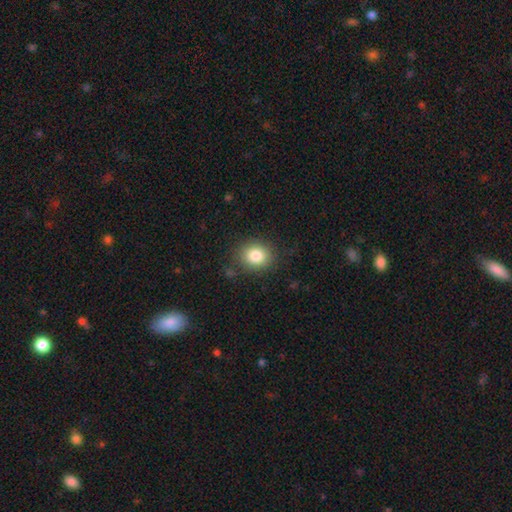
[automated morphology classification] A smooth galaxy with no disk features (83%) that is round (69%).

Vote fractions:
- Smooth or featured? smooth: 83% / star or artifact: 10% / featured or disk: 7%
- How rounded? round: 69% / in between: 30% / cigar-shaped: 1%
- Merging? none: 83% / minor disturbance: 11% / major disturbance: 4% / merger: 2%